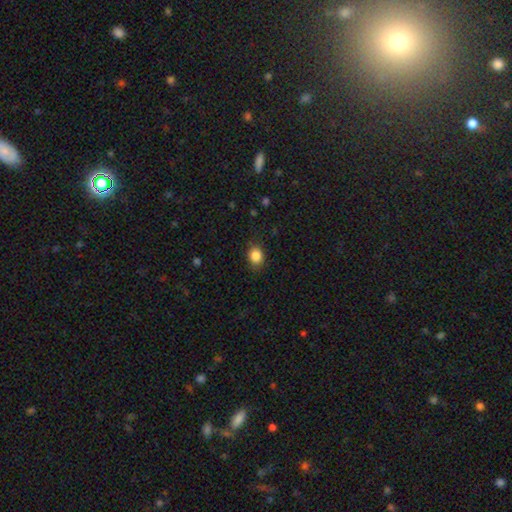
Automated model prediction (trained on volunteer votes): Smooth or featured? smooth (85%)
How rounded? round (59%)
Merging? none (84%)